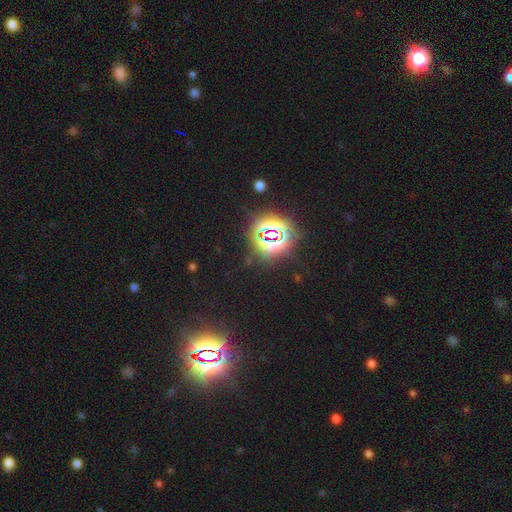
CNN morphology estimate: This appears to be a star or artifact, not a galaxy (81%).